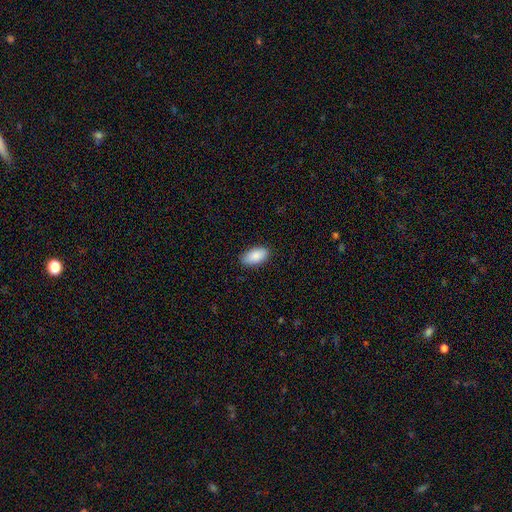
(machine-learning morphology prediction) type=smooth (88%); roundness=in between (94%); merging=none (88%).